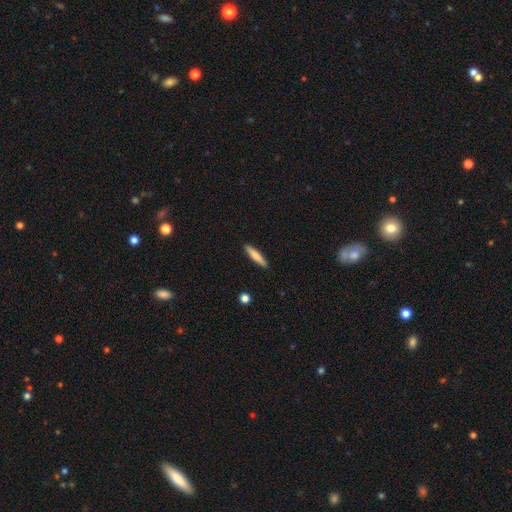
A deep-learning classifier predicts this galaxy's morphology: Q: Smooth or featured?
A: smooth (76%); runner-up: featured or disk (18%)
Q: How rounded?
A: cigar-shaped (89%); runner-up: in between (10%)
Q: Merging?
A: none (91%); runner-up: minor disturbance (6%)